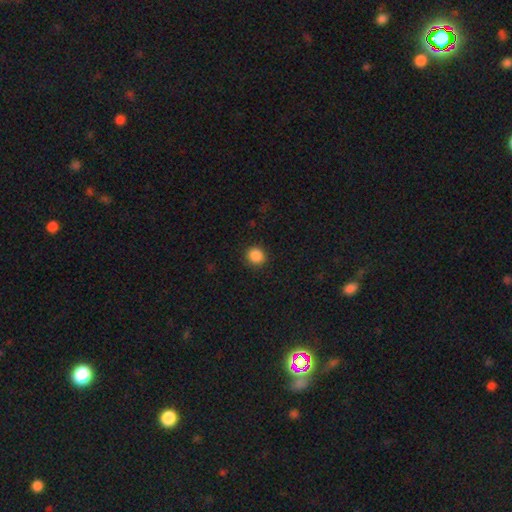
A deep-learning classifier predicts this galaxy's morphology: Smooth or featured?
  - smooth: 87% *
  - star or artifact: 10%
  - featured or disk: 3%
How rounded?
  - round: 87% *
  - in between: 12%
  - cigar-shaped: 1%
Merging?
  - none: 90% *
  - minor disturbance: 7%
  - major disturbance: 2%
  - merger: 1%